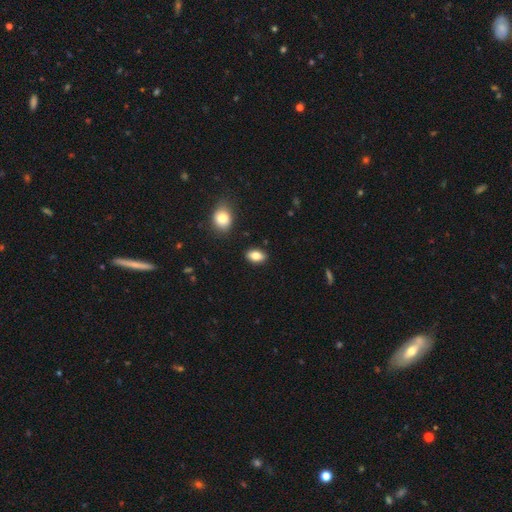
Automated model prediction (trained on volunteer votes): Smooth or featured: smooth — 81% (featured or disk — 11%)
How rounded: in between — 88% (round — 8%)
Merging: none — 89% (minor disturbance — 8%)